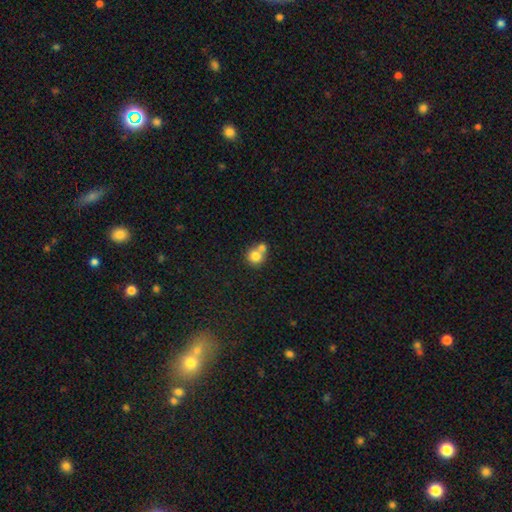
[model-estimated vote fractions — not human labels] Morphology: type=smooth (78%); roundness=round (86%); merging=merger (54%).